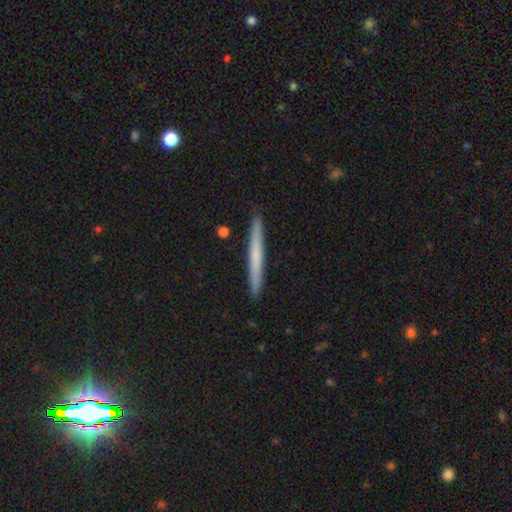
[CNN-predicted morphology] Smooth or featured? smooth (55%)
How rounded? cigar-shaped (97%)
Merging? none (92%)